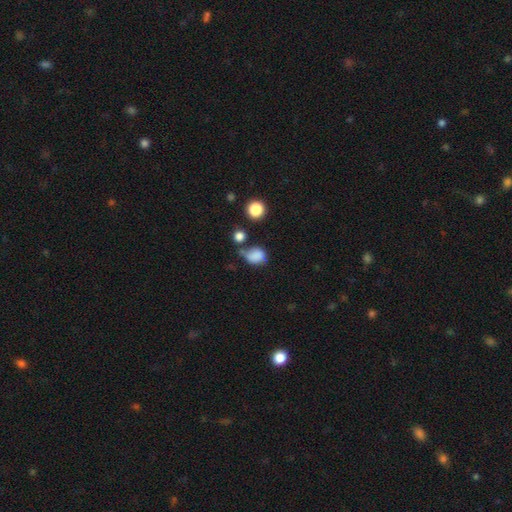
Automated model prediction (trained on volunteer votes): The model was most divided on "how rounded": in between: 52%, round: 47%, cigar-shaped: 1%. Remaining: smooth or featured — smooth (79%); merging — none (40%).